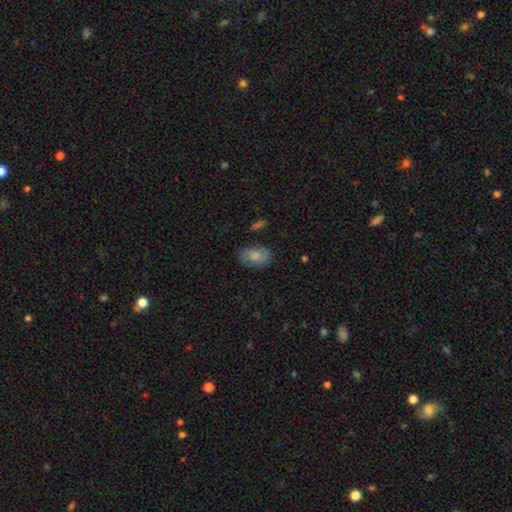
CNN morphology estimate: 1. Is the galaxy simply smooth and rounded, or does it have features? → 60% smooth, 31% featured or disk, 8% star or artifact.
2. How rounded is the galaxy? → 82% in between, 16% round, 1% cigar-shaped.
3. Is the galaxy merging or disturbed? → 71% none, 20% minor disturbance, 7% major disturbance, 2% merger.